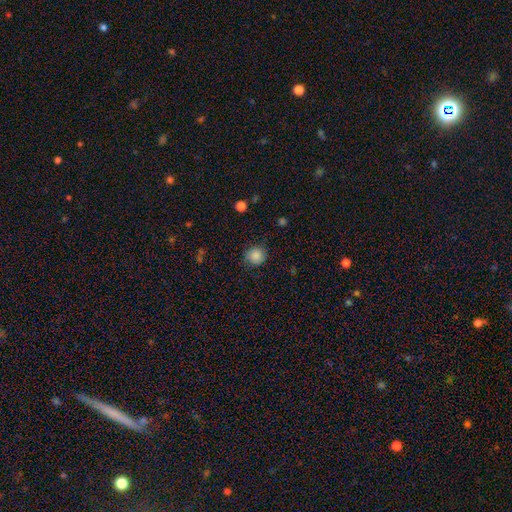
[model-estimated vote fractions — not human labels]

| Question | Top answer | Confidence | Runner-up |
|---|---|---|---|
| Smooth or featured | smooth | 86% | star or artifact (10%) |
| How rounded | round | 92% | in between (7%) |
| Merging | none | 84% | minor disturbance (12%) |